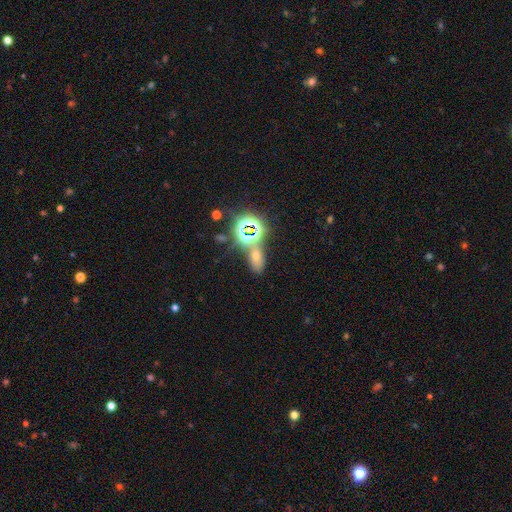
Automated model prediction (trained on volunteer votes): smooth_or_featured: star or artifact (p=0.54) [alt: smooth p=0.33]